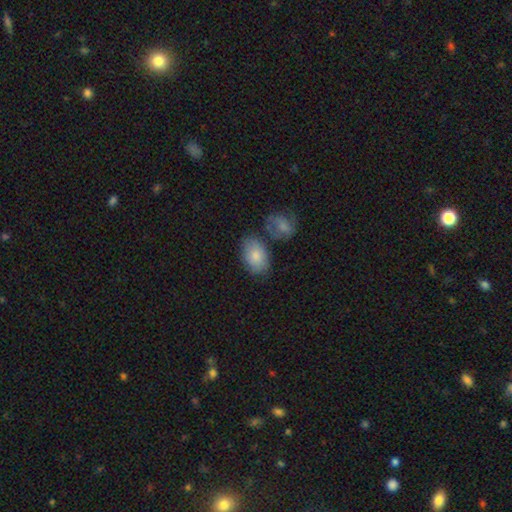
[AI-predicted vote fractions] Q: Smooth or featured?
A: smooth (82%); runner-up: featured or disk (12%)
Q: How rounded?
A: in between (89%); runner-up: round (10%)
Q: Merging?
A: none (67%); runner-up: minor disturbance (17%)